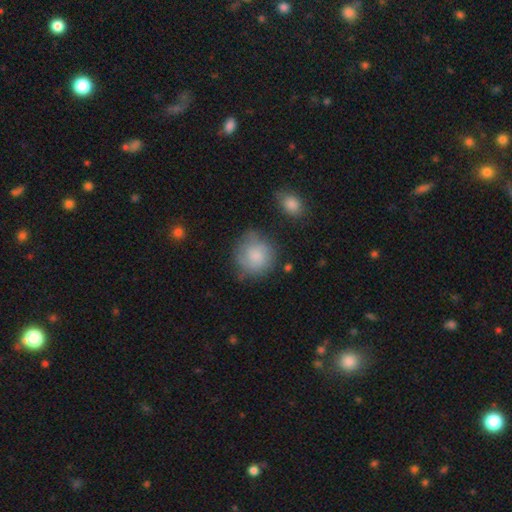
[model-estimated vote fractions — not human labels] smooth_or_featured: smooth (p=0.76) [alt: featured or disk p=0.16]
how_rounded: round (p=0.88) [alt: in between p=0.11]
merging: none (p=0.61) [alt: minor disturbance p=0.25]